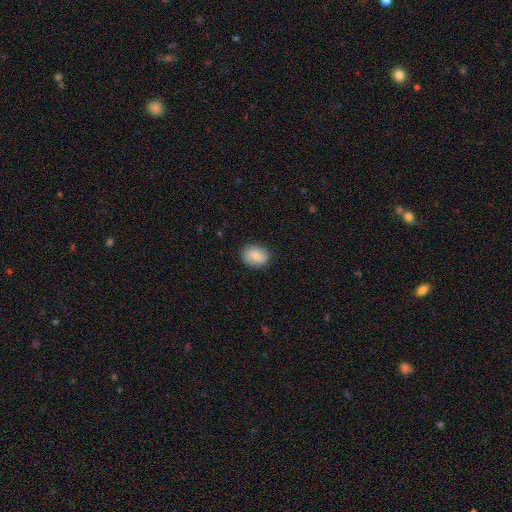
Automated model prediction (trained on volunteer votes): Q: Smooth or featured?
A: smooth (81%); runner-up: featured or disk (12%)
Q: How rounded?
A: in between (60%); runner-up: round (39%)
Q: Merging?
A: none (85%); runner-up: minor disturbance (12%)